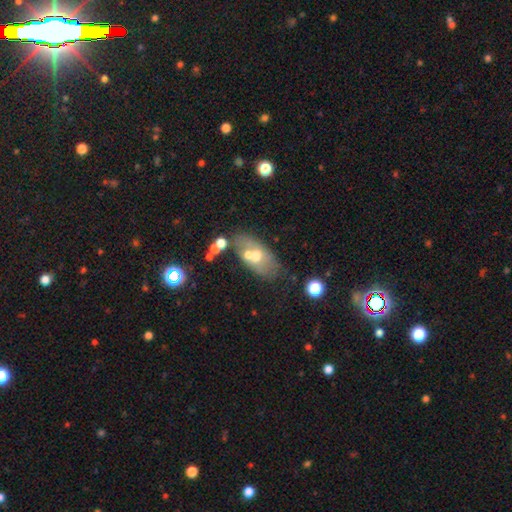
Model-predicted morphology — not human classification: Smooth or featured? smooth (53%)
How rounded? in between (87%)
Merging? none (47%)